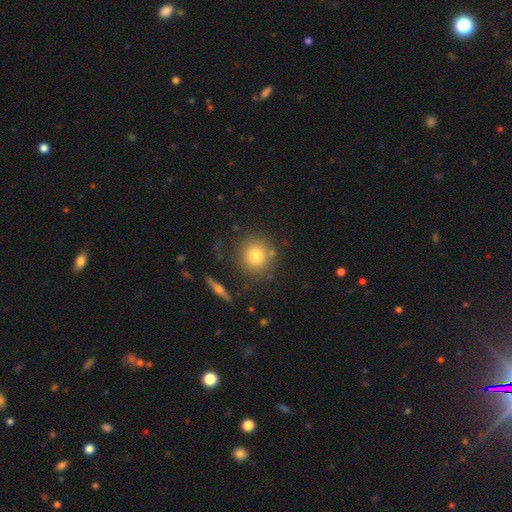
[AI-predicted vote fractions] smooth_or_featured: smooth (p=0.77) [alt: featured or disk p=0.12]
how_rounded: round (p=0.89) [alt: in between p=0.10]
merging: none (p=0.82) [alt: minor disturbance p=0.09]